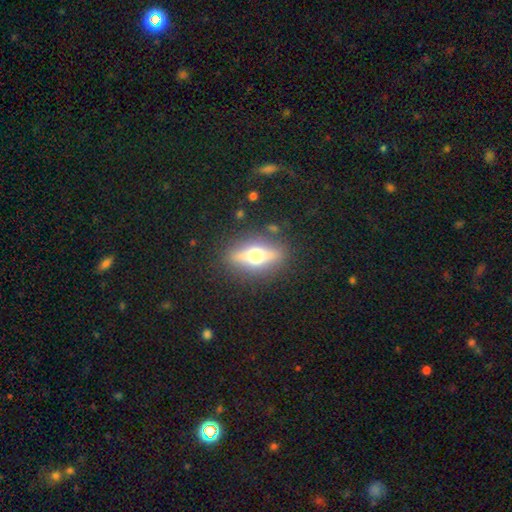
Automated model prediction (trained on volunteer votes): The model was most divided on "smooth or featured": featured or disk: 62%, smooth: 28%, star or artifact: 9%. More confident: edge-on bulge — rounded (96%); merging — none (85%); edge-on disk — yes (83%).